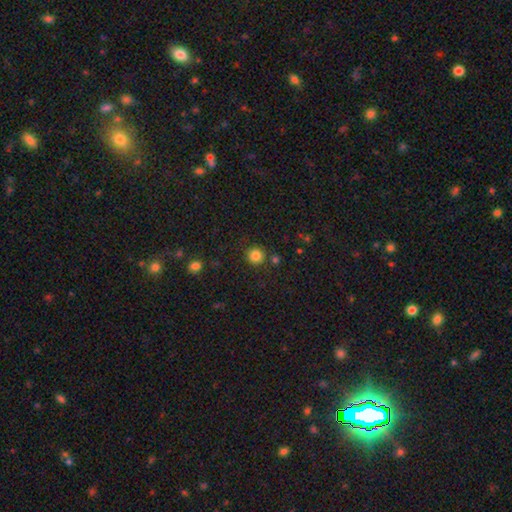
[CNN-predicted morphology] Q: Smooth or featured?
A: smooth (84%); runner-up: star or artifact (12%)
Q: How rounded?
A: round (94%); runner-up: in between (5%)
Q: Merging?
A: none (86%); runner-up: minor disturbance (7%)